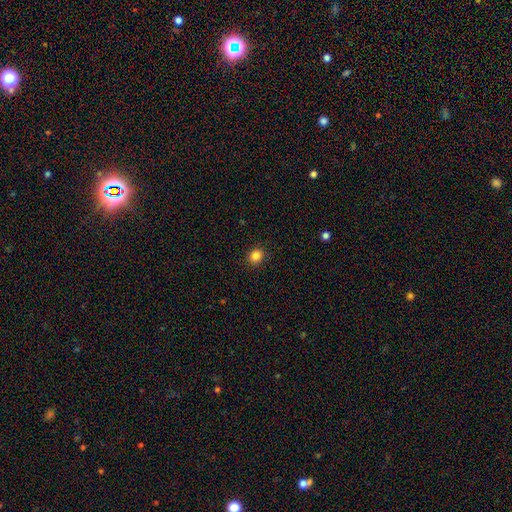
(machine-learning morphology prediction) smooth-or-featured: smooth: 84% | star or artifact: 11% | featured or disk: 4%
  how-rounded: round: 76% | in between: 23% | cigar-shaped: 1%
  merging: none: 90% | minor disturbance: 7% | major disturbance: 2% | merger: 1%